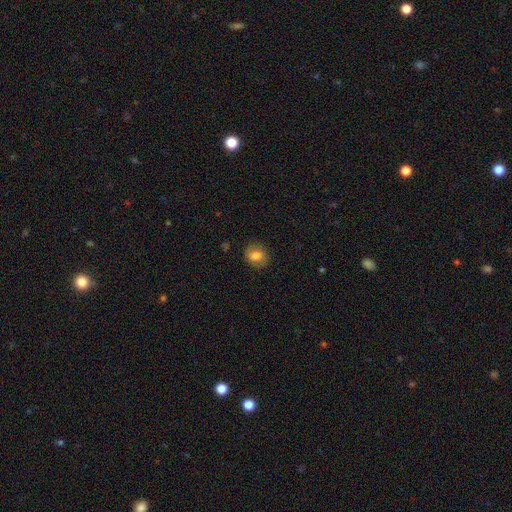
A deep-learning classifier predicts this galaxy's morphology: Smooth or featured: smooth — 77% (featured or disk — 14%)
How rounded: round — 62% (in between — 37%)
Merging: none — 81% (minor disturbance — 14%)